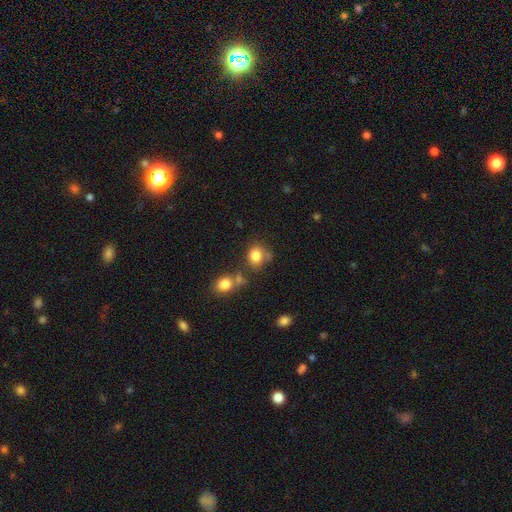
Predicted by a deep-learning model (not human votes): The model was most divided on "how rounded": round: 67%, in between: 32%, cigar-shaped: 1%. More confident: smooth or featured — smooth (82%); merging — none (59%).